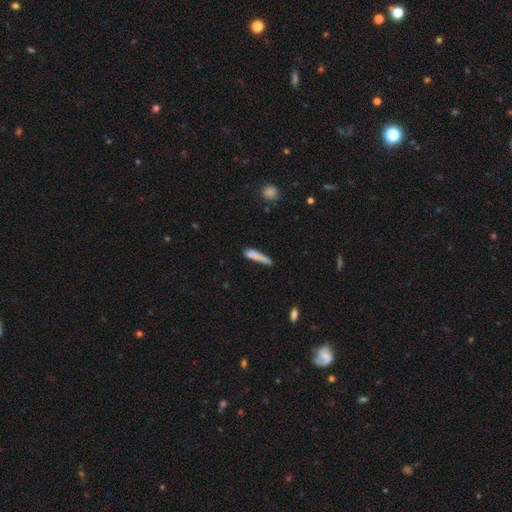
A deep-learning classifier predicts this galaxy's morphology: A smooth galaxy with no disk features (79%) that is cigar-shaped (89%).

Vote fractions:
- Smooth or featured? smooth: 79% / featured or disk: 14% / star or artifact: 7%
- How rounded? cigar-shaped: 89% / in between: 10% / round: 2%
- Merging? none: 61% / minor disturbance: 26% / major disturbance: 7% / merger: 5%